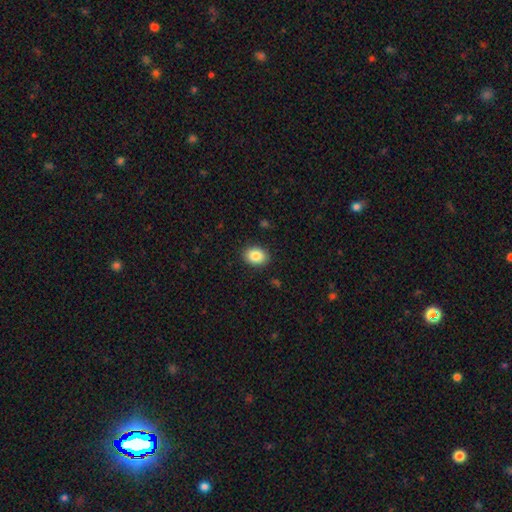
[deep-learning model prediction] A smooth galaxy with no disk features (86%) that is in between round and cigar-shaped (66%).

Vote fractions:
- Smooth or featured? smooth: 86% / star or artifact: 8% / featured or disk: 6%
- How rounded? in between: 66% / round: 33% / cigar-shaped: 1%
- Merging? none: 89% / minor disturbance: 8% / major disturbance: 2% / merger: 1%